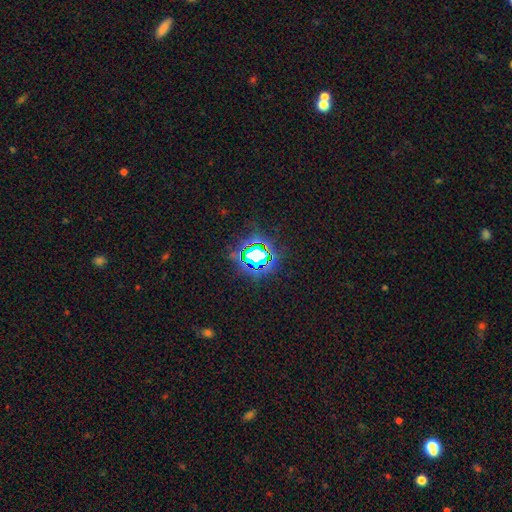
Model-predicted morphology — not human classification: A star or artifact, not a galaxy (72%).

Vote fractions:
- Smooth or featured? star or artifact: 72% / smooth: 17% / featured or disk: 12%